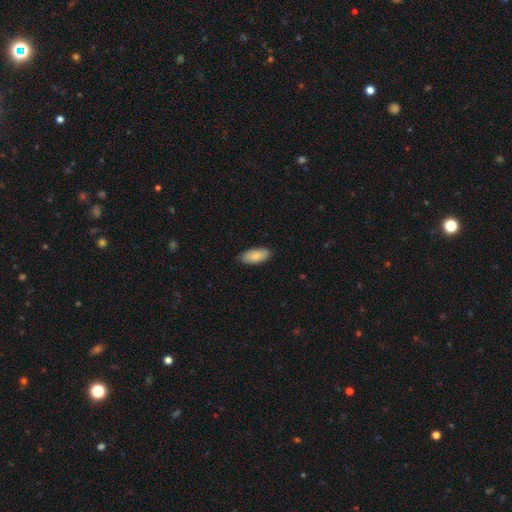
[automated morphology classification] A smooth galaxy with no disk features (85%) that is in between round and cigar-shaped (91%).

Vote fractions:
- Smooth or featured? smooth: 85% / featured or disk: 10% / star or artifact: 6%
- How rounded? in between: 91% / cigar-shaped: 7% / round: 2%
- Merging? none: 85% / minor disturbance: 12% / major disturbance: 2% / merger: 1%